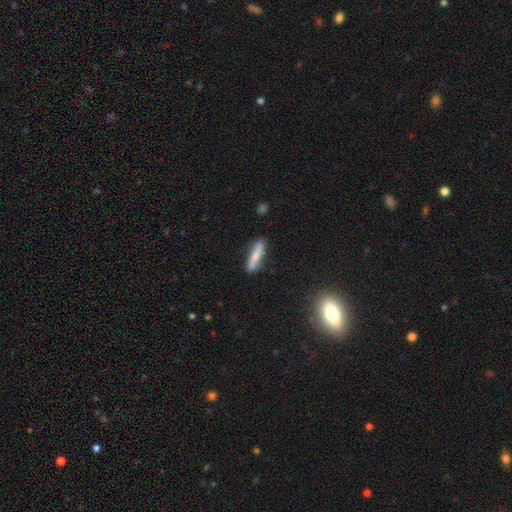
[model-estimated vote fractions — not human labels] A smooth galaxy with no disk features (73%) that is cigar-shaped (87%).

Vote fractions:
- Smooth or featured? smooth: 73% / featured or disk: 21% / star or artifact: 6%
- How rounded? cigar-shaped: 87% / in between: 12% / round: 2%
- Merging? none: 82% / minor disturbance: 13% / major disturbance: 3% / merger: 2%